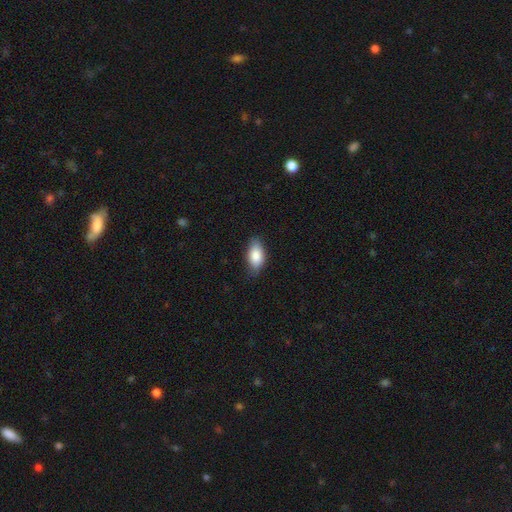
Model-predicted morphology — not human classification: smooth 85%, featured or disk 9%, star or artifact 6%. Down the decision tree: how rounded — in between (91%); merging — none (78%).